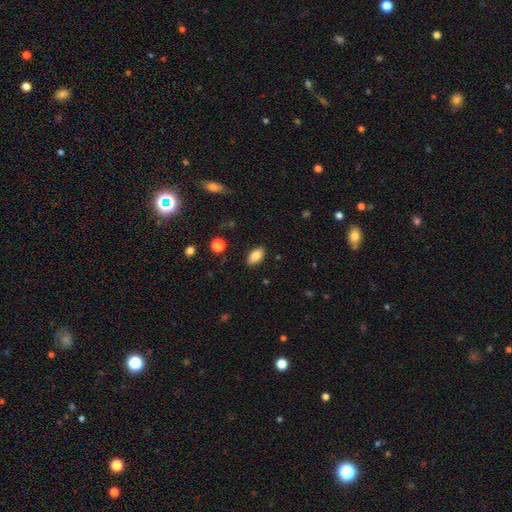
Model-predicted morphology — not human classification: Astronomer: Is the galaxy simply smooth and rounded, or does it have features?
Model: smooth — 86%.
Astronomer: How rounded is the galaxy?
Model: in between — 91%.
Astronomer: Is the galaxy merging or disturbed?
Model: none — 87%.